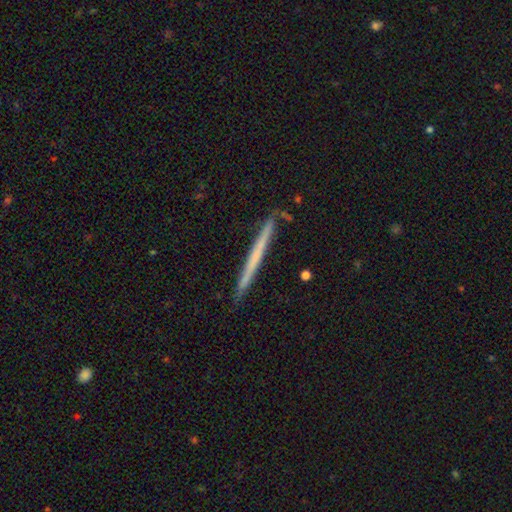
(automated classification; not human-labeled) This is possibly a featured or disk galaxy (48%). Merging: clearly none (90%).